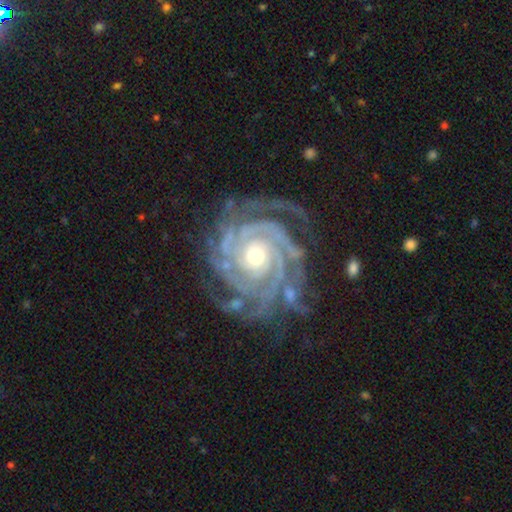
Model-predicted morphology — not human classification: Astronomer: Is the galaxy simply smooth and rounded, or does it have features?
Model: featured or disk — 93%.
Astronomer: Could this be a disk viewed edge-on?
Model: no — 98%.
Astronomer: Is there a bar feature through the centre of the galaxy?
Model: no — 74%.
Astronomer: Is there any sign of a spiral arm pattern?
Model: yes — 99%.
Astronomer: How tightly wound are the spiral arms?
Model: tight — 82%.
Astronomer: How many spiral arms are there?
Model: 4 — 28% (runner-up: 3, 24%).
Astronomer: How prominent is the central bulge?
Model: moderate — 51% (runner-up: small, 45%).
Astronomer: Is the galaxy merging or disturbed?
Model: none — 72%.